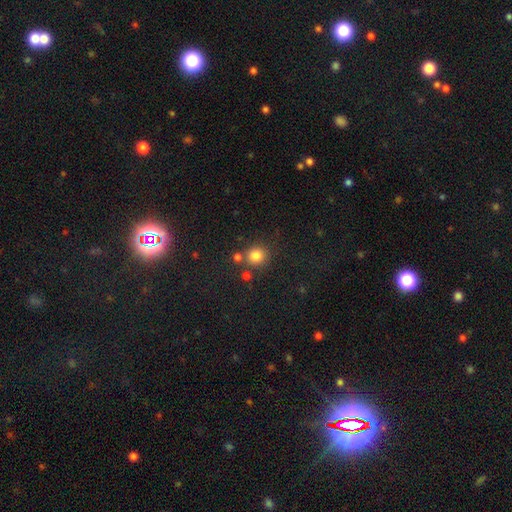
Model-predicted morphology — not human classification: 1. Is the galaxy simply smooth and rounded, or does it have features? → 82% smooth, 13% star or artifact, 5% featured or disk.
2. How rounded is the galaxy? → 88% round, 11% in between, 1% cigar-shaped.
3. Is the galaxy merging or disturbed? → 73% none, 14% merger, 10% minor disturbance, 4% major disturbance.